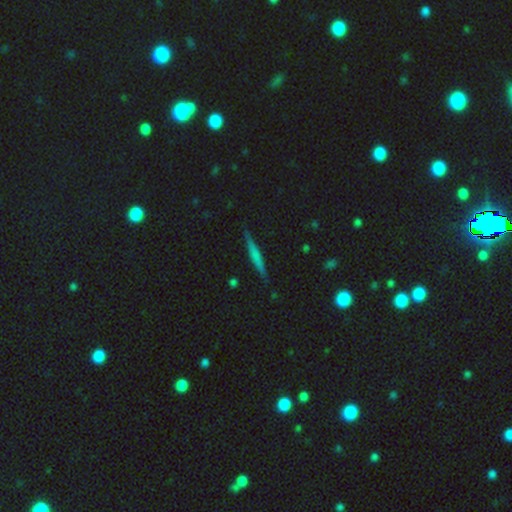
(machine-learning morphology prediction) A smooth galaxy with no disk features (49%).

Vote fractions:
- Smooth or featured? smooth: 49% / featured or disk: 43% / star or artifact: 9%
- Merging? none: 88% / minor disturbance: 9% / major disturbance: 2% / merger: 1%